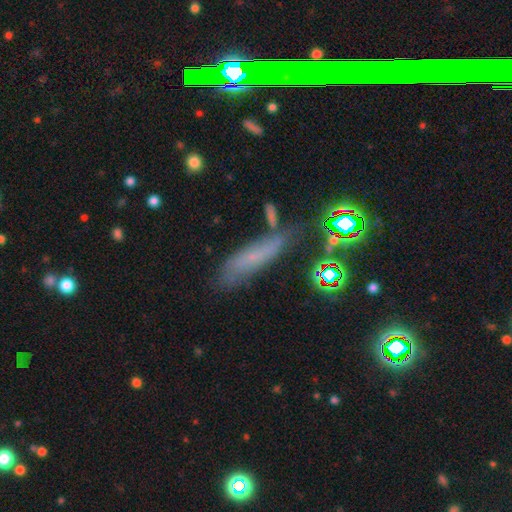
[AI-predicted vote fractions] Smooth or featured?
  - smooth: 49% *
  - featured or disk: 31%
  - star or artifact: 20%
Merging?
  - none: 61% *
  - minor disturbance: 24%
  - major disturbance: 9%
  - merger: 7%